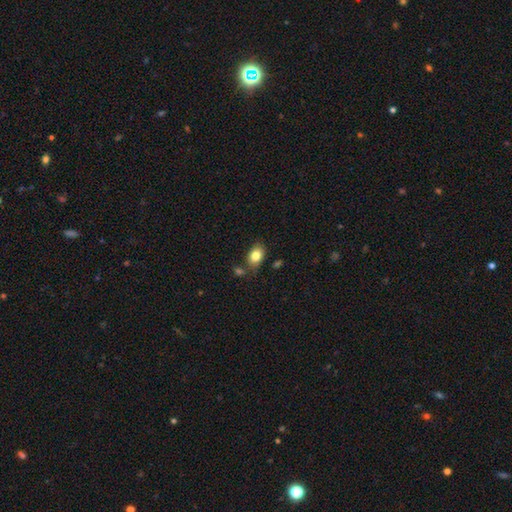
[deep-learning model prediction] Smooth or featured?
  - smooth: 82% *
  - featured or disk: 9%
  - star or artifact: 8%
How rounded?
  - in between: 81% *
  - round: 18%
  - cigar-shaped: 1%
Merging?
  - none: 72% *
  - minor disturbance: 16%
  - merger: 9%
  - major disturbance: 4%